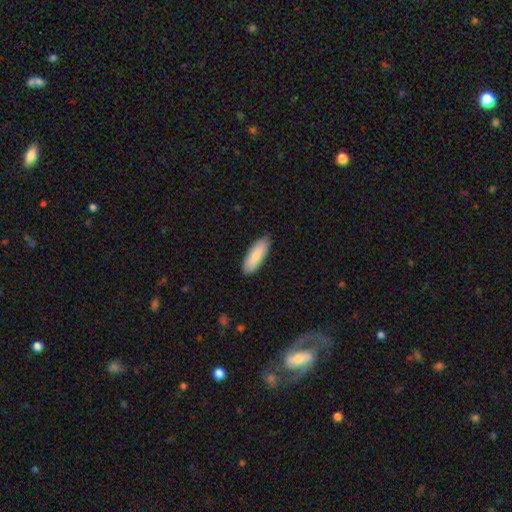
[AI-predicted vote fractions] This is clearly a smooth galaxy (85%). How rounded: likely in between (64%). Merging: clearly none (86%).